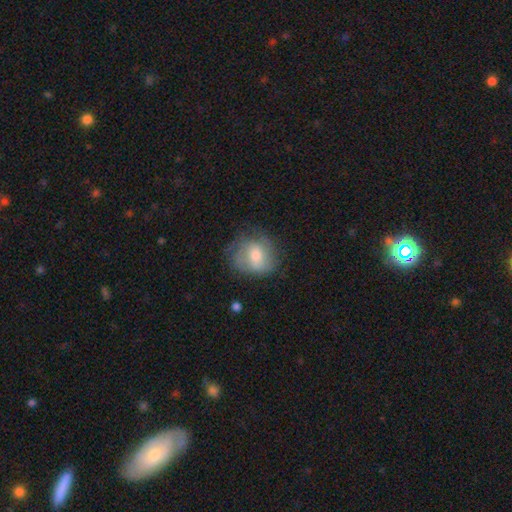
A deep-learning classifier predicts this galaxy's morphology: This appears to be a smooth galaxy with no disk features (50%) that is round (67%). Merging: none (58%).